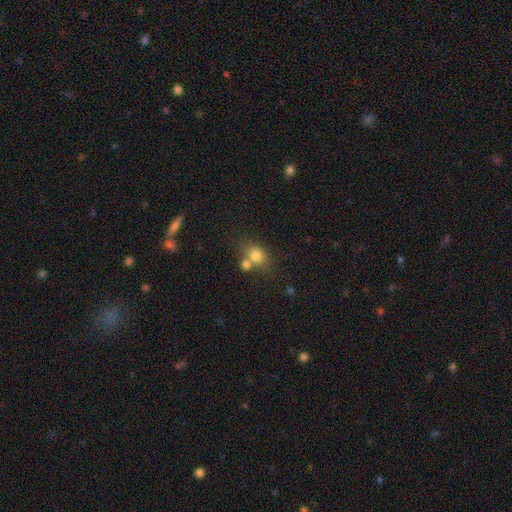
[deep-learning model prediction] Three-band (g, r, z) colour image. It shows a smooth galaxy with no disk features (77%) that is round (57%). Merging: none (47%).